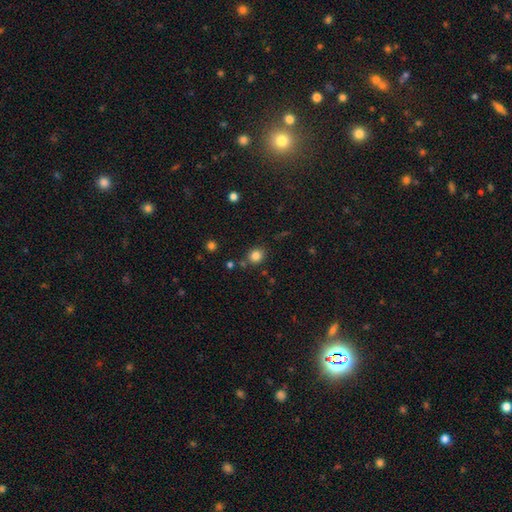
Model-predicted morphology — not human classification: A smooth galaxy with no disk features (82%) that is round (77%). Merging: none (81%).